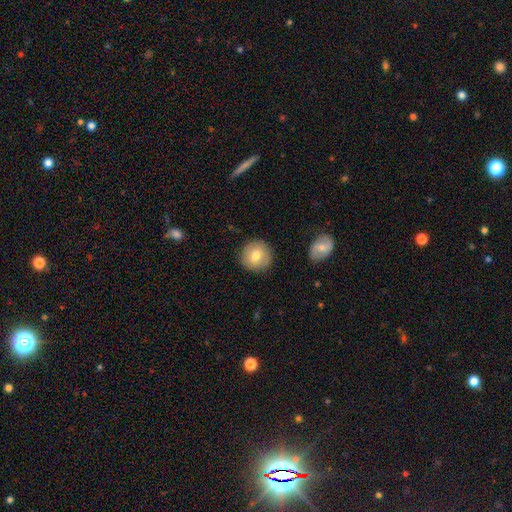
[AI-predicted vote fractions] A smooth galaxy with no disk features (74%) that is round (93%).

Vote fractions:
- Smooth or featured? smooth: 74% / featured or disk: 18% / star or artifact: 8%
- How rounded? round: 93% / in between: 6% / cigar-shaped: 1%
- Merging? none: 88% / minor disturbance: 8% / major disturbance: 2% / merger: 2%